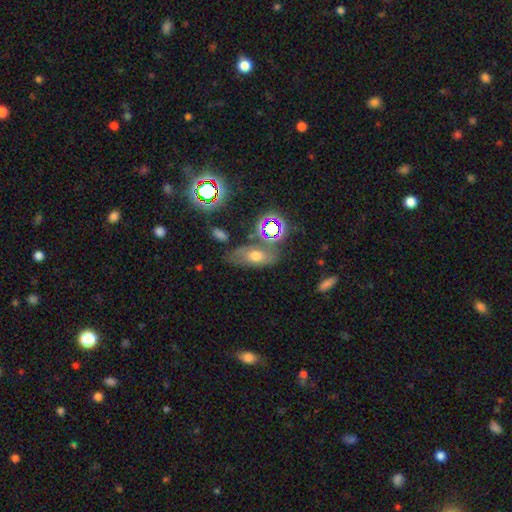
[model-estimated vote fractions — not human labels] smooth 50%, featured or disk 28%, star or artifact 21%. Down the decision tree: how rounded — in between (79%); merging — none (60%).